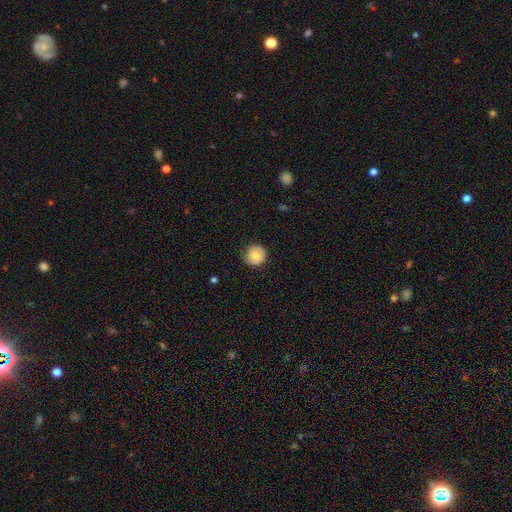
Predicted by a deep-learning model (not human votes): This appears to be a smooth galaxy with no disk features (76%) that is round (92%). Merging: none (78%).